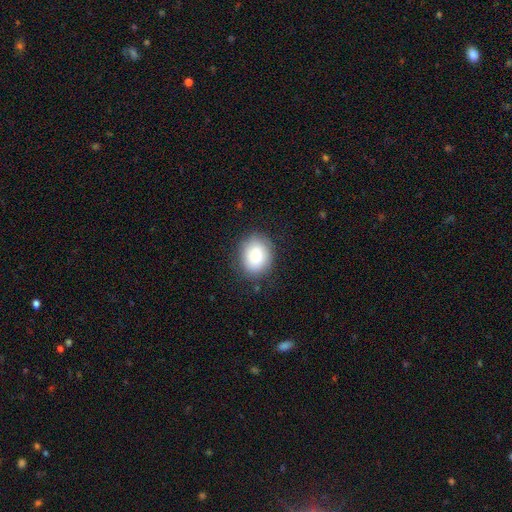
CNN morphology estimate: A smooth galaxy with no disk features (81%) that is round (58%). Merging: none (81%).